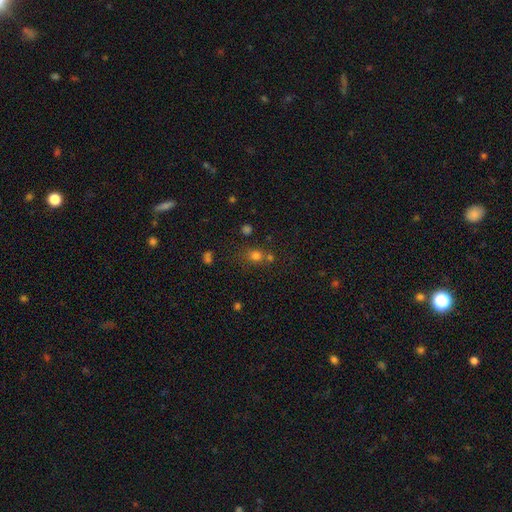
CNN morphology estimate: This appears to be a smooth galaxy with no disk features (72%) that is round (73%). Merging: none (59%).